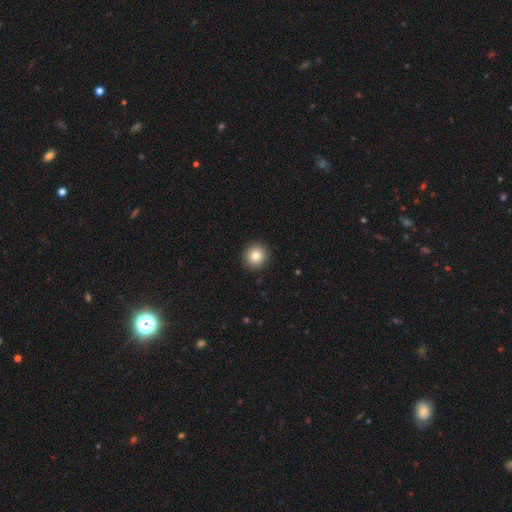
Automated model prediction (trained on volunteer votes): smooth_or_featured: smooth (p=0.82) [alt: star or artifact p=0.10]
how_rounded: round (p=0.94) [alt: in between p=0.05]
merging: none (p=0.93) [alt: minor disturbance p=0.04]